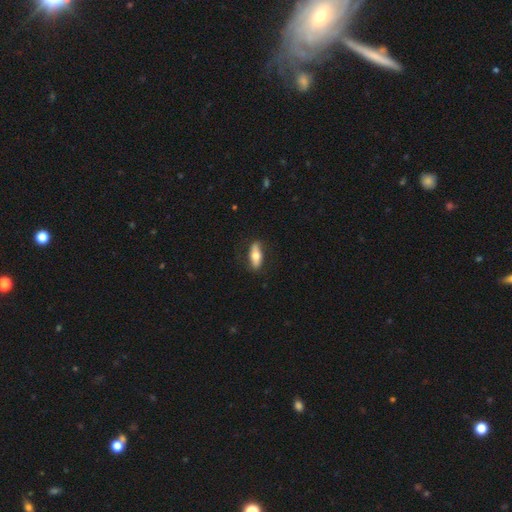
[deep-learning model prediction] Smooth or featured? smooth (57%)
How rounded? in between (65%)
Merging? none (81%)